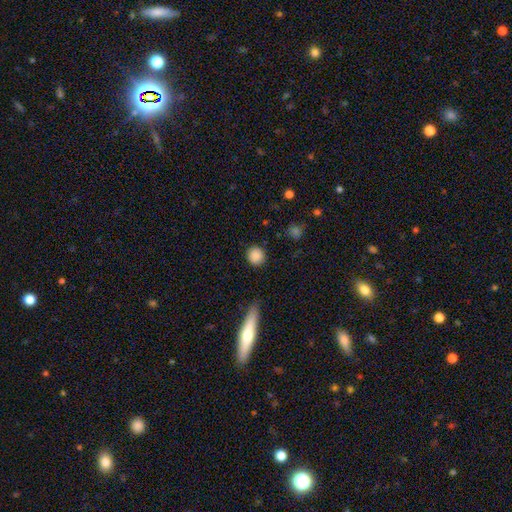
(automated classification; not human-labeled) This is clearly a smooth galaxy (88%). How rounded: clearly round (92%). Merging: clearly none (88%).